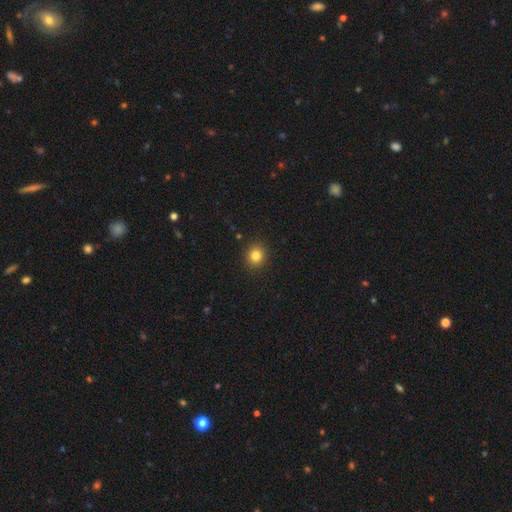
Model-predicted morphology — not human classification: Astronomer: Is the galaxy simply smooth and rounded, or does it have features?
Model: smooth — 82%.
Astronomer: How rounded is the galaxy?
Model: round — 86%.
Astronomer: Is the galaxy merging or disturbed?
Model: none — 91%.